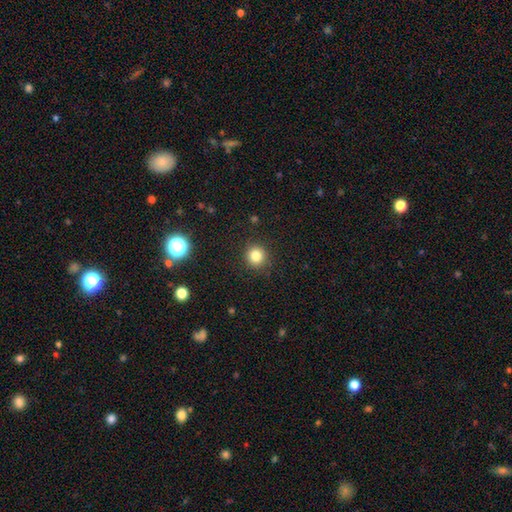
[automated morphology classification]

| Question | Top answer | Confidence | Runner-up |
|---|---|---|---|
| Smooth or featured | smooth | 81% | star or artifact (13%) |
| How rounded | round | 92% | in between (7%) |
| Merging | none | 90% | minor disturbance (7%) |